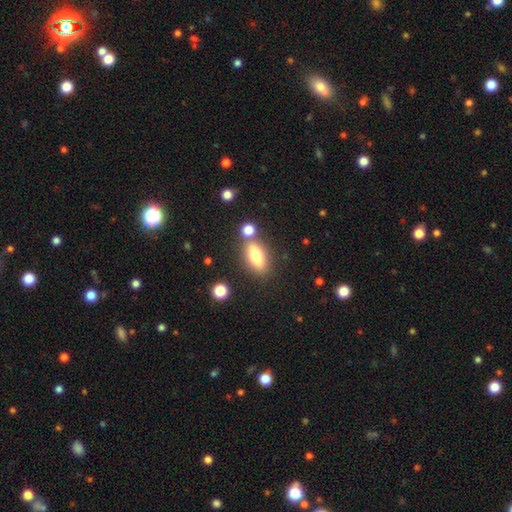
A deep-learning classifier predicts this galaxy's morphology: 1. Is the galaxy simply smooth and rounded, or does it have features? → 78% smooth, 14% featured or disk, 8% star or artifact.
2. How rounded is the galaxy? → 78% in between, 17% cigar-shaped, 5% round.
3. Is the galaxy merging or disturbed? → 69% none, 15% merger, 12% minor disturbance, 4% major disturbance.